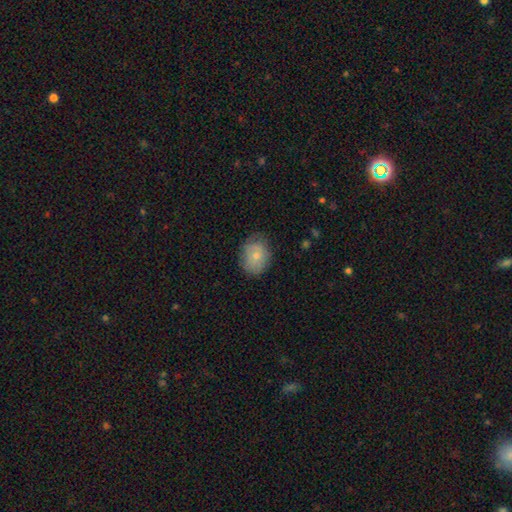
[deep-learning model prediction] Smooth or featured: smooth — 73% (featured or disk — 19%)
How rounded: round — 52% (in between — 47%)
Merging: none — 69% (minor disturbance — 24%)